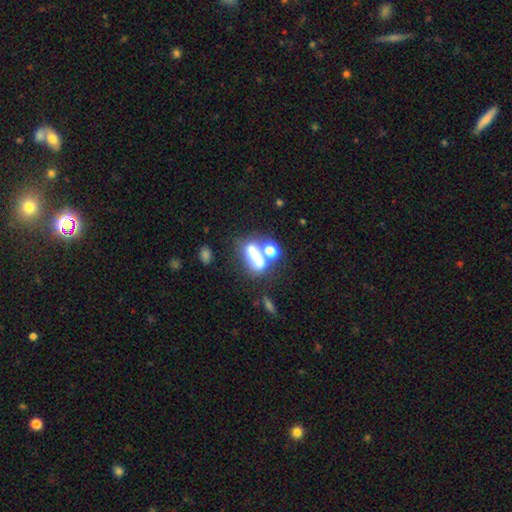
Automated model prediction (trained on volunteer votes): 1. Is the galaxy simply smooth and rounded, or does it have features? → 54% smooth, 29% featured or disk, 17% star or artifact.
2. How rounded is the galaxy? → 61% in between, 22% round, 17% cigar-shaped.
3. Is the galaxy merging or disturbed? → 47% merger, 27% none, 14% major disturbance, 11% minor disturbance.